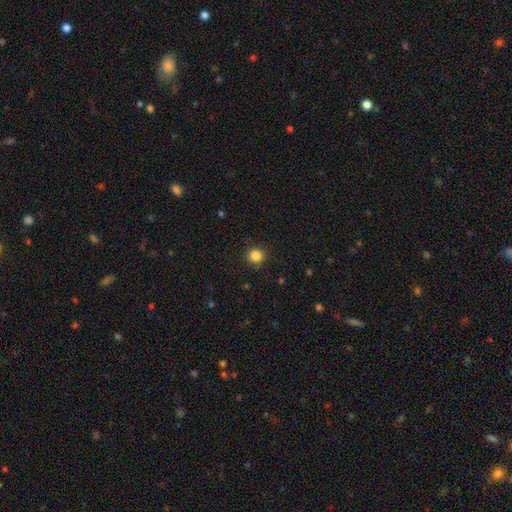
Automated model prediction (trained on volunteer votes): Smooth or featured?
  - smooth: 84% *
  - star or artifact: 12%
  - featured or disk: 4%
How rounded?
  - round: 93% *
  - in between: 6%
  - cigar-shaped: 1%
Merging?
  - none: 90% *
  - minor disturbance: 7%
  - major disturbance: 2%
  - merger: 1%